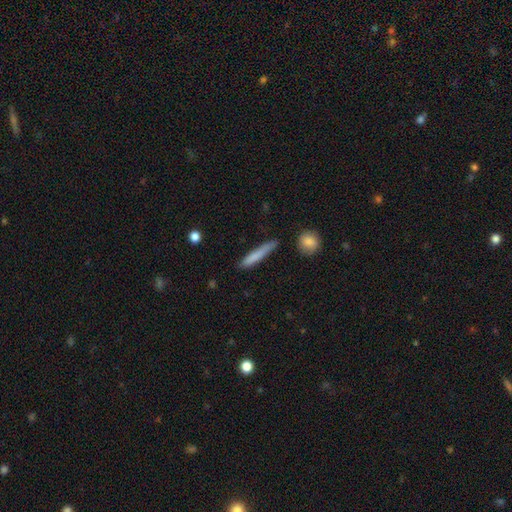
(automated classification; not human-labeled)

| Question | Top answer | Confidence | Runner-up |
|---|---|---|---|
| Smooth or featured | smooth | 77% | featured or disk (16%) |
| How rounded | cigar-shaped | 93% | in between (6%) |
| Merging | none | 78% | minor disturbance (16%) |